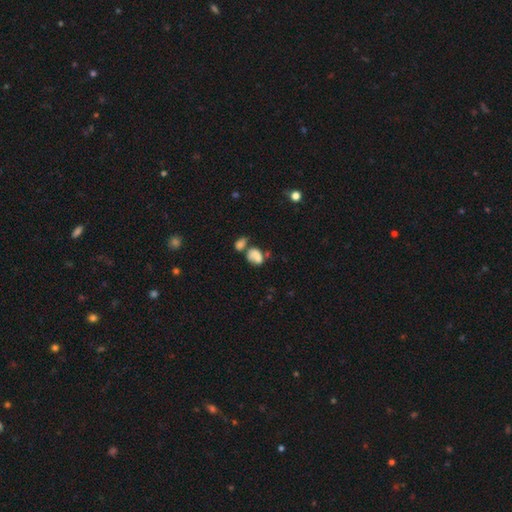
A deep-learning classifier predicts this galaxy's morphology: smooth_or_featured: smooth (p=0.71) [alt: featured or disk p=0.18]
how_rounded: in between (p=0.72) [alt: round p=0.27]
merging: merger (p=0.43) [alt: none p=0.27]